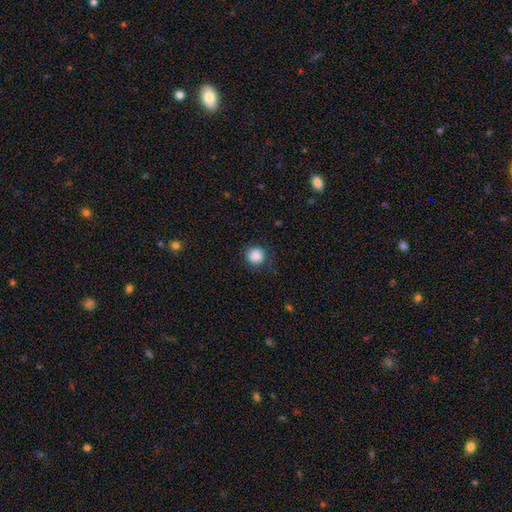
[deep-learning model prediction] This appears to be a smooth galaxy with no disk features (88%) that is round (91%). Merging: none (80%).